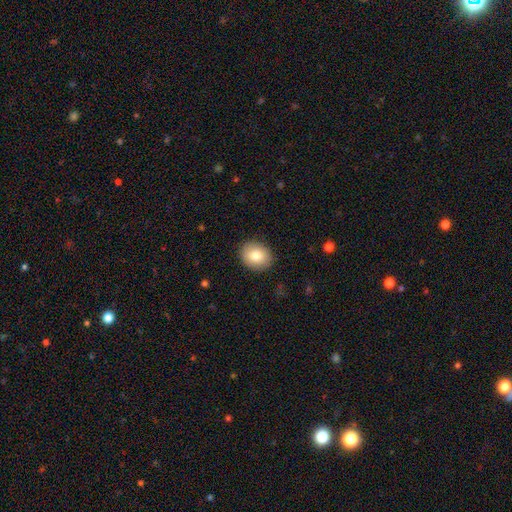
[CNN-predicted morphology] Smooth or featured?
  - smooth: 82% *
  - featured or disk: 10%
  - star or artifact: 8%
How rounded?
  - round: 51% *
  - in between: 48%
  - cigar-shaped: 1%
Merging?
  - none: 89% *
  - minor disturbance: 8%
  - major disturbance: 2%
  - merger: 1%